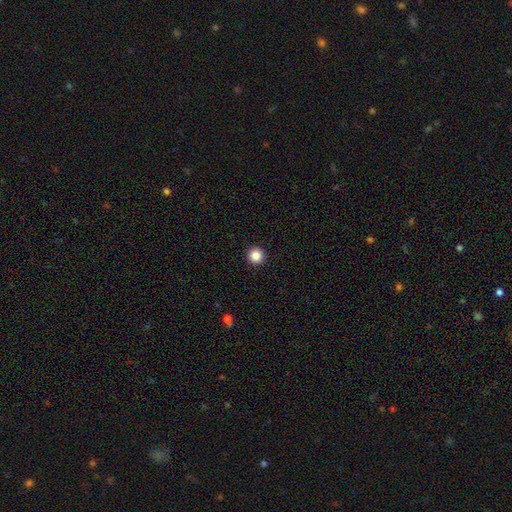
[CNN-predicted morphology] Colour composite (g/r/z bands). It shows a smooth galaxy with no disk features (86%) that is round (96%). Merging: none (94%).